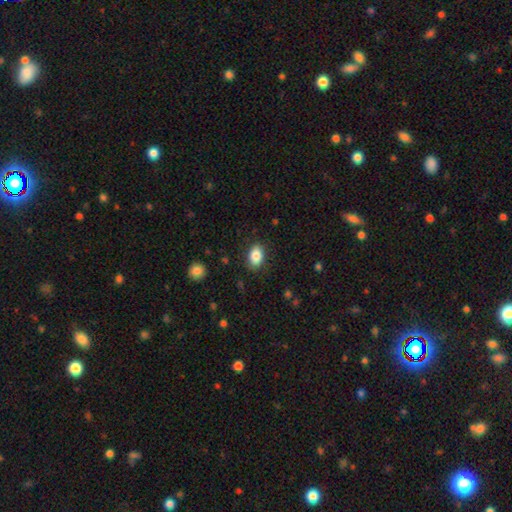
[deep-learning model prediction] The model was most divided on "merging": none: 85%, minor disturbance: 11%, major disturbance: 3%, merger: 1%. More confident: how rounded — in between (86%); smooth or featured — smooth (85%).